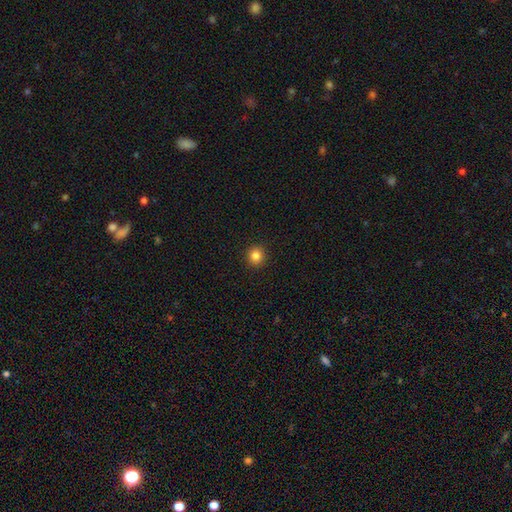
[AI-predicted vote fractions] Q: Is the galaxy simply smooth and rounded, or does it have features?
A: smooth — 84%.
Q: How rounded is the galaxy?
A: round — 93%.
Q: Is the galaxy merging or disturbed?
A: none — 93%.